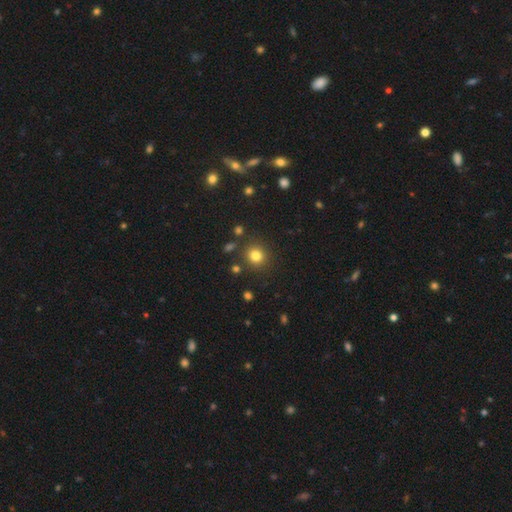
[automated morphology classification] Smooth or featured? smooth (81%)
How rounded? round (90%)
Merging? none (87%)